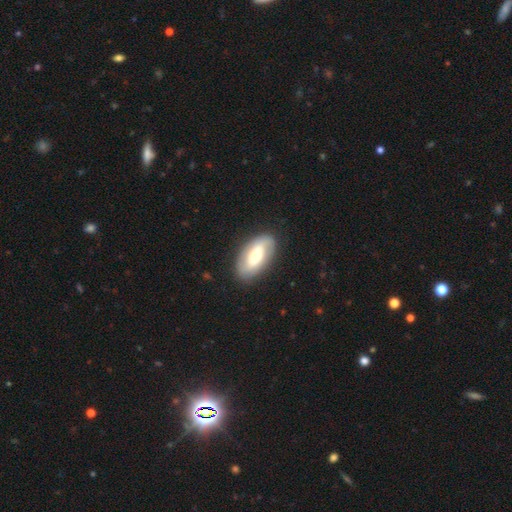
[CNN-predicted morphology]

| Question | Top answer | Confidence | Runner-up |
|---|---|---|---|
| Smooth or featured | featured or disk | 55% | smooth (39%) |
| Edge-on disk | no | 91% | yes (9%) |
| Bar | no | 39% | weak (36%) |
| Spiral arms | yes | 70% | no (30%) |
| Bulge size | moderate | 60% | small (22%) |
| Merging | none | 84% | minor disturbance (11%) |